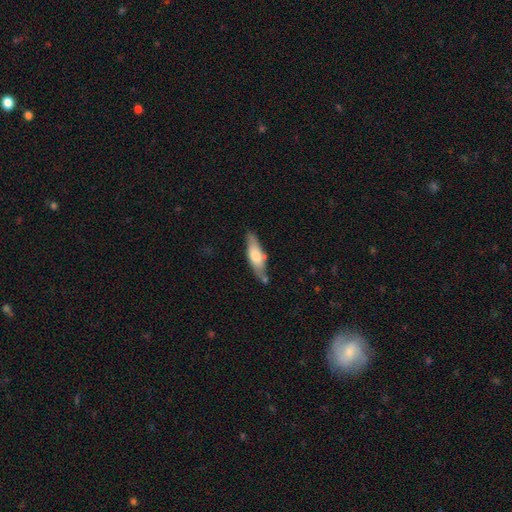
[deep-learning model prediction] This appears to be a smooth galaxy with no disk features (61%) that is cigar-shaped (57%). Merging: none (68%).